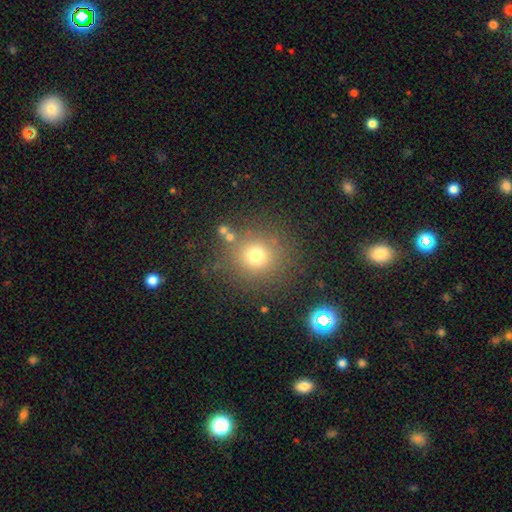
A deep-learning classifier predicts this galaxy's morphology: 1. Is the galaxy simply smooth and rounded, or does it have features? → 72% smooth, 19% star or artifact, 10% featured or disk.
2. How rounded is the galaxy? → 90% round, 9% in between, 1% cigar-shaped.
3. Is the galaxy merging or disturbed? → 81% none, 10% minor disturbance, 5% major disturbance, 5% merger.